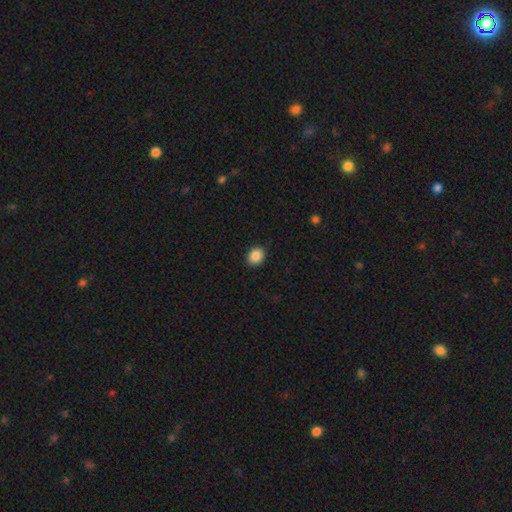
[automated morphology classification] Smooth or featured?
  - smooth: 88% *
  - star or artifact: 9%
  - featured or disk: 4%
How rounded?
  - round: 61% *
  - in between: 39%
  - cigar-shaped: 1%
Merging?
  - none: 90% *
  - minor disturbance: 7%
  - major disturbance: 2%
  - merger: 1%